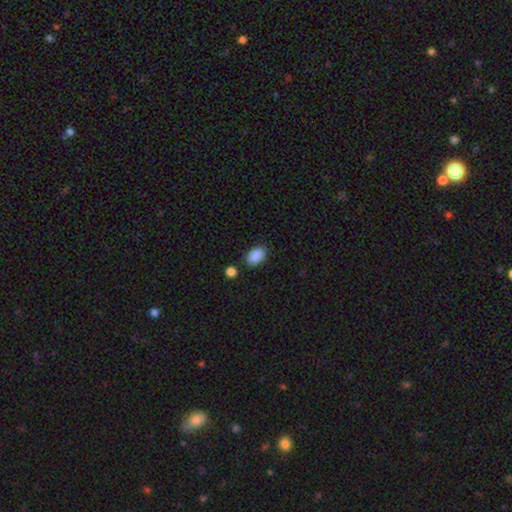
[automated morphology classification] smooth 90%, star or artifact 8%, featured or disk 3%. Down the decision tree: how rounded — in between (90%); merging — none (83%).